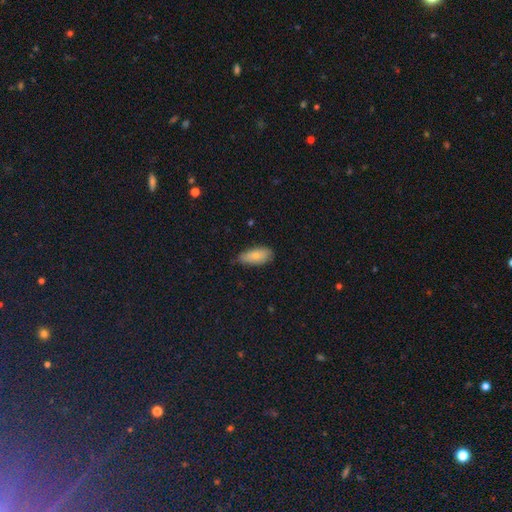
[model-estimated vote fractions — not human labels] This appears to be a smooth galaxy with no disk features (81%) that is in between round and cigar-shaped (88%). Merging: none (67%).